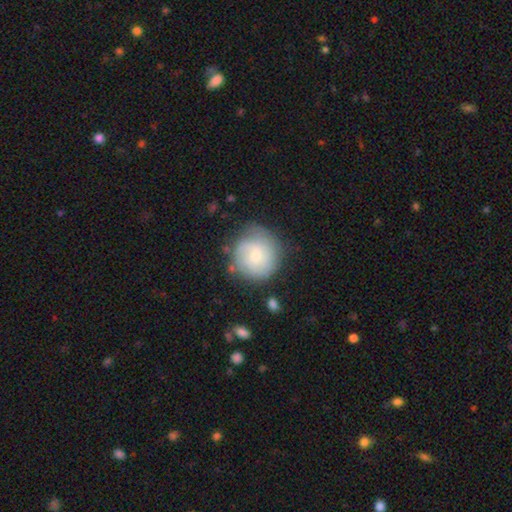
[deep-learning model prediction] smooth-or-featured: smooth: 50% | featured or disk: 43% | star or artifact: 7%
  how-rounded: round: 91% | in between: 8% | cigar-shaped: 1%
  merging: none: 67% | minor disturbance: 22% | major disturbance: 8% | merger: 3%